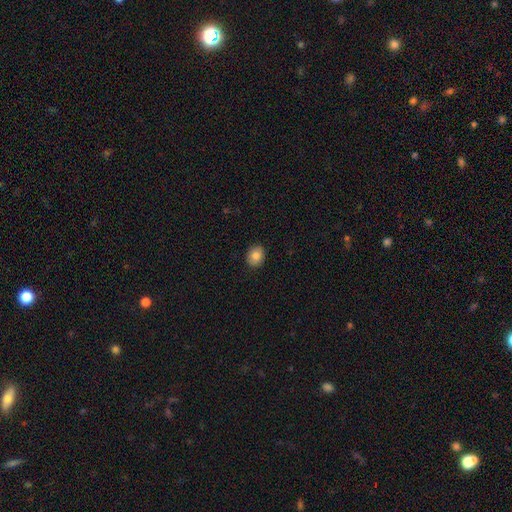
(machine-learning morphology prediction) smooth 84%, star or artifact 8%, featured or disk 8%. Down the decision tree: how rounded — round (50%); merging — none (90%).